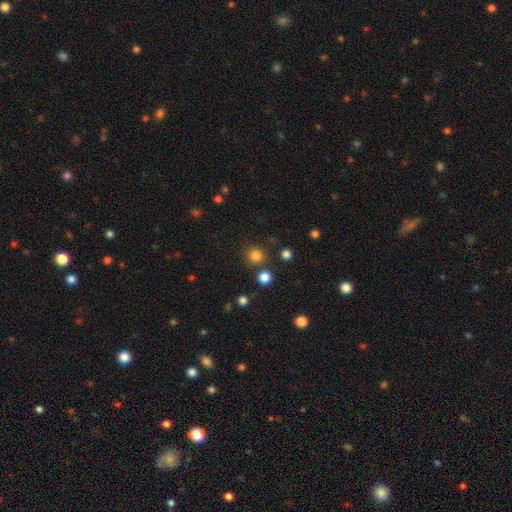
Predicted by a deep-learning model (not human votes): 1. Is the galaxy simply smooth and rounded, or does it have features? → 81% smooth, 15% star or artifact, 4% featured or disk.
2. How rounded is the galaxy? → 93% round, 6% in between, 1% cigar-shaped.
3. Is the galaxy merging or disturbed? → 83% none, 7% merger, 7% minor disturbance, 3% major disturbance.